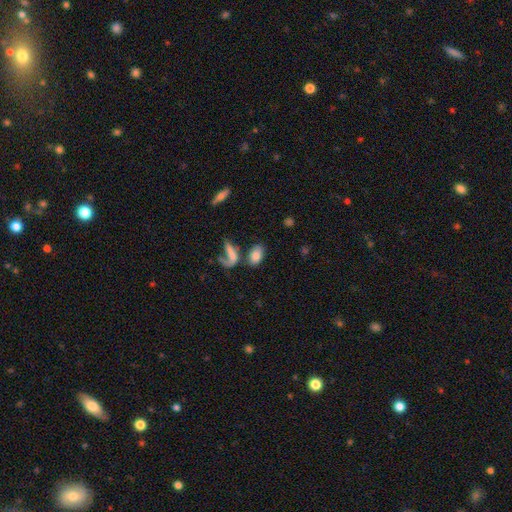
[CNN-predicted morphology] Overall: smooth (79%). How rounded: in between (90%). Merging: none (53%; merger 25%).